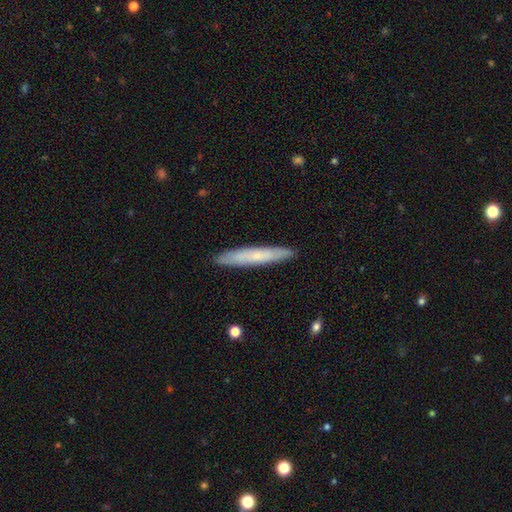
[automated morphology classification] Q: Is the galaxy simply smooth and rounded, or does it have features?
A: smooth — 60%.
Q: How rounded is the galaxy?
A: cigar-shaped — 95%.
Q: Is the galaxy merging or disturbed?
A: none — 91%.